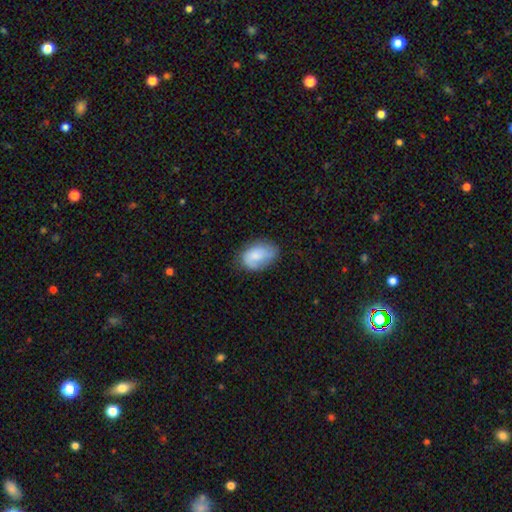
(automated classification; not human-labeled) A smooth galaxy with no disk features (70%) that is in between round and cigar-shaped (87%). Merging: none (58%).